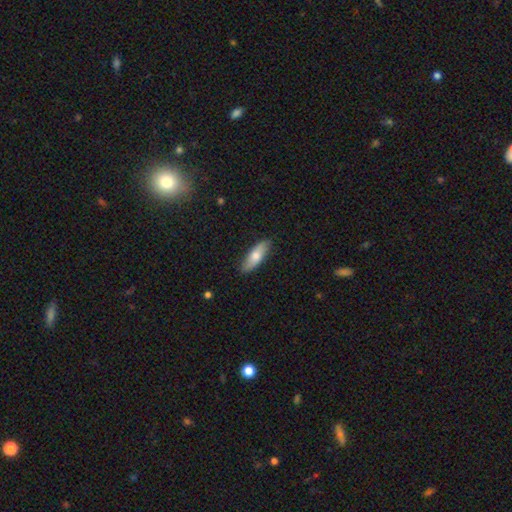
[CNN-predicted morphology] The model was most divided on "how rounded": in between: 51%, cigar-shaped: 46%, round: 2%. More confident: merging — none (87%); smooth or featured — smooth (67%).